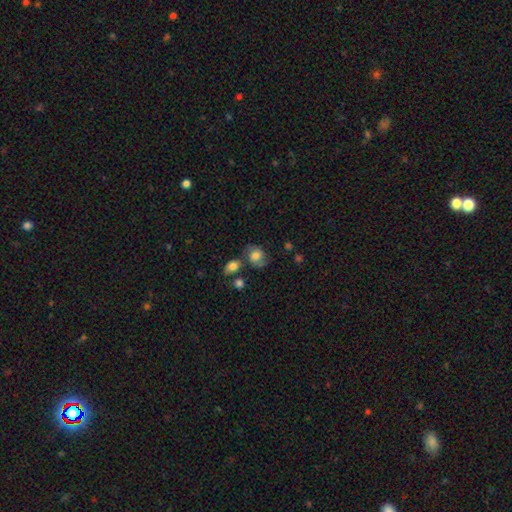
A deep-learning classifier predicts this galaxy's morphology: Smooth or featured? smooth (64%)
How rounded? round (60%)
Merging? none (55%)